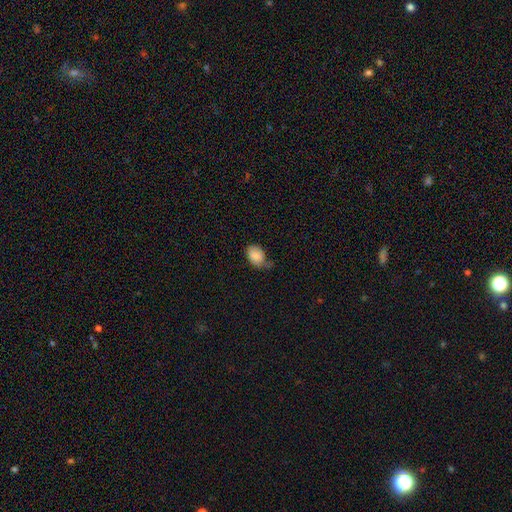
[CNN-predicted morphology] A smooth galaxy with no disk features (81%) that is in between round and cigar-shaped (72%).

Vote fractions:
- Smooth or featured? smooth: 81% / featured or disk: 12% / star or artifact: 7%
- How rounded? in between: 72% / round: 27% / cigar-shaped: 1%
- Merging? minor disturbance: 40% / none: 37% / major disturbance: 20% / merger: 3%